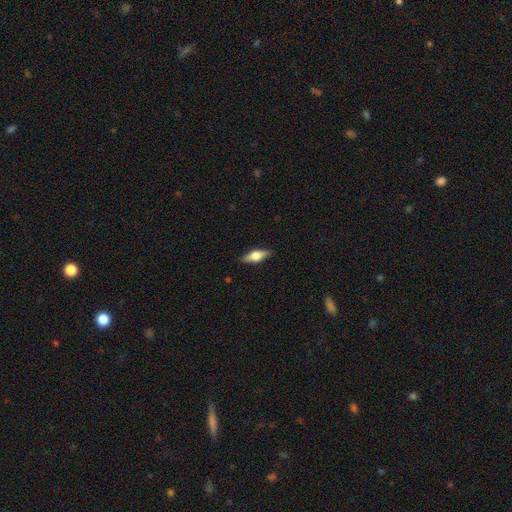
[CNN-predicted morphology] A smooth galaxy with no disk features (48%). Merging: none (88%).